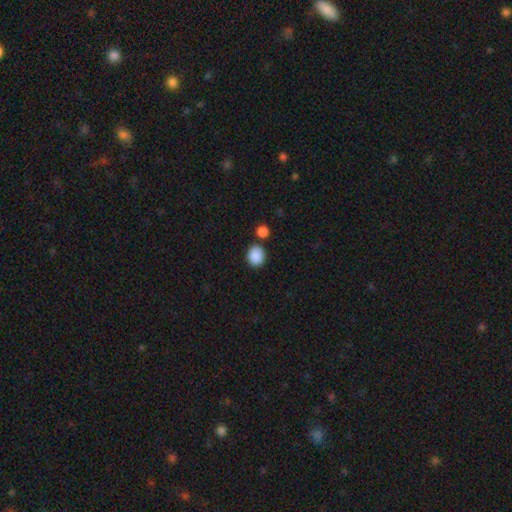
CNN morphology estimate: smooth_or_featured: smooth (p=0.89) [alt: star or artifact p=0.08]
how_rounded: round (p=0.63) [alt: in between p=0.36]
merging: none (p=0.79) [alt: minor disturbance p=0.10]